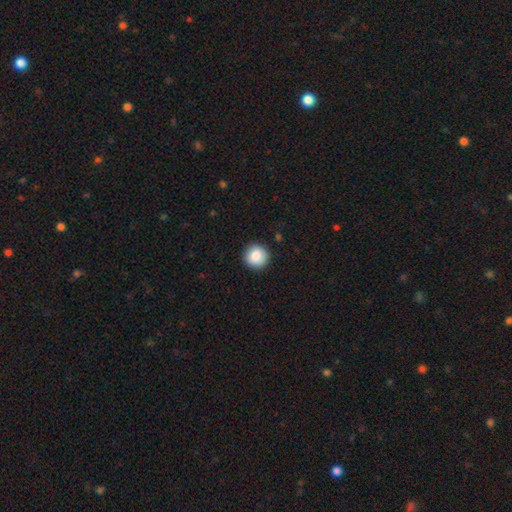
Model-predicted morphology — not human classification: A smooth galaxy with no disk features (86%) that is round (94%). Merging: none (91%).